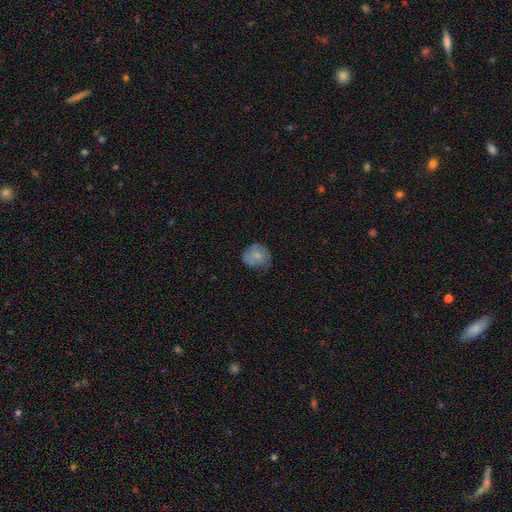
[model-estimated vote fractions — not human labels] Smooth or featured?
  - smooth: 69% *
  - featured or disk: 22%
  - star or artifact: 8%
How rounded?
  - round: 69% *
  - in between: 31%
  - cigar-shaped: 1%
Merging?
  - none: 56% *
  - minor disturbance: 31%
  - major disturbance: 11%
  - merger: 2%